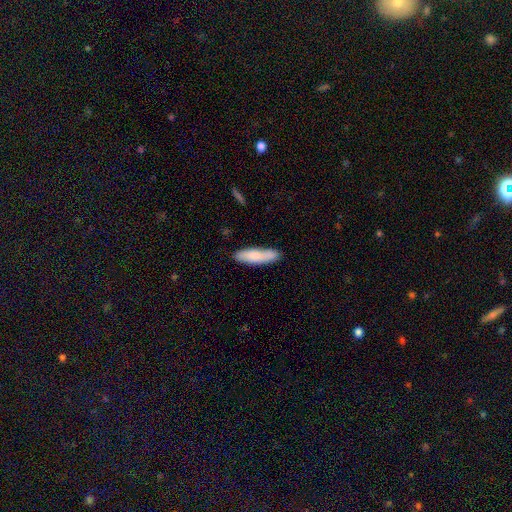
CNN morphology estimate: type=smooth (78%); roundness=cigar-shaped (67%); merging=none (79%).